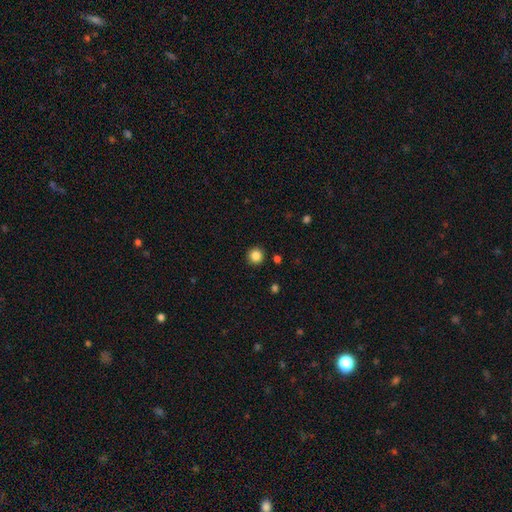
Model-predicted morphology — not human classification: Overall: smooth (84%). How rounded: round (95%). Merging: none (92%).